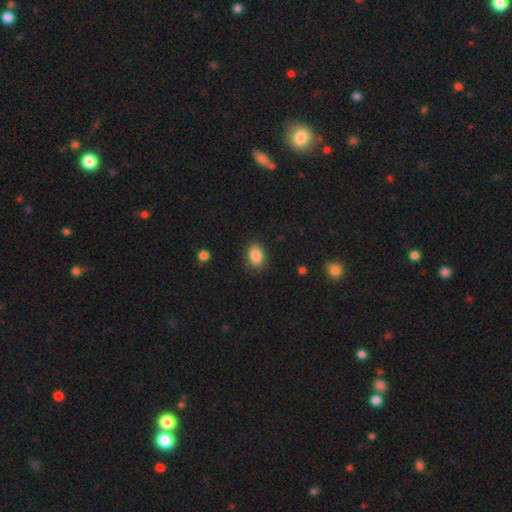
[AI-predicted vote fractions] A smooth galaxy with no disk features (86%) that is in between round and cigar-shaped (76%). Merging: none (83%).